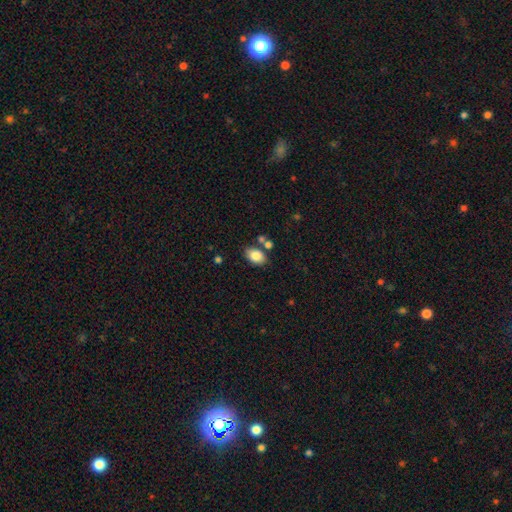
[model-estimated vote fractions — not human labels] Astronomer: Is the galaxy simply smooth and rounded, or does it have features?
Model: smooth — 84%.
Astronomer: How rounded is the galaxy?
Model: in between — 87%.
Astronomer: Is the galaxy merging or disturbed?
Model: none — 72%.